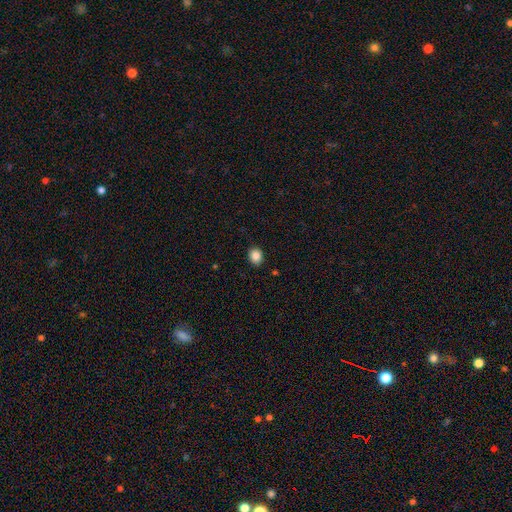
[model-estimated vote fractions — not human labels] Morphology: type=smooth (85%); roundness=round (53%); merging=none (90%).